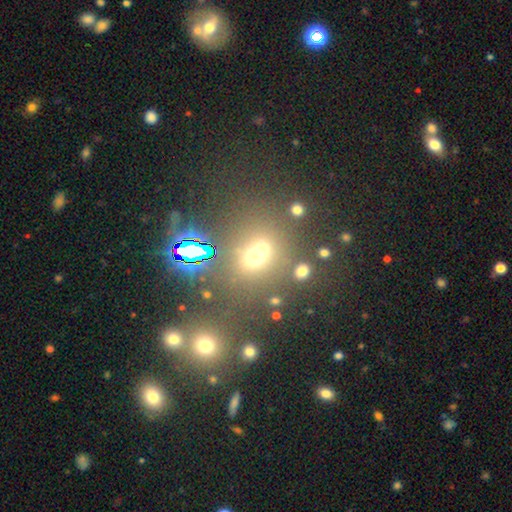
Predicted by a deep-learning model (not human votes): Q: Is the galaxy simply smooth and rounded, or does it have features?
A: smooth — 49%.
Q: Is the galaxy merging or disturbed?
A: none — 53%.